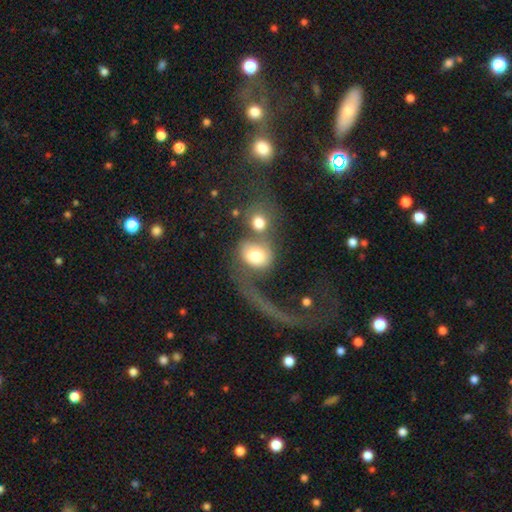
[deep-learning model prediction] Smooth or featured? smooth (66%)
How rounded? round (61%)
Merging? merger (51%)